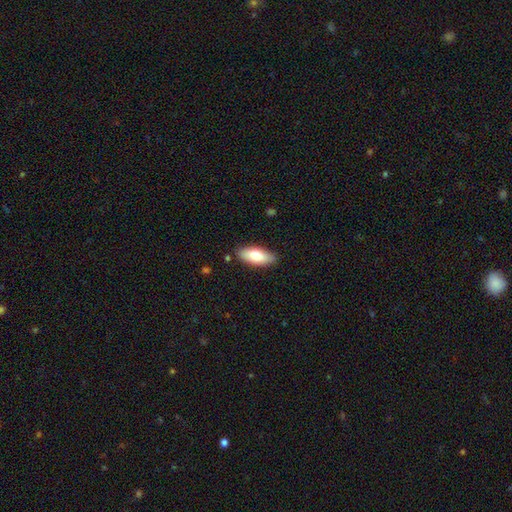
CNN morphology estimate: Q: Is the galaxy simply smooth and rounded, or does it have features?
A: smooth — 78%.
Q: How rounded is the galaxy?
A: in between — 82%.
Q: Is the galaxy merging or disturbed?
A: none — 85%.